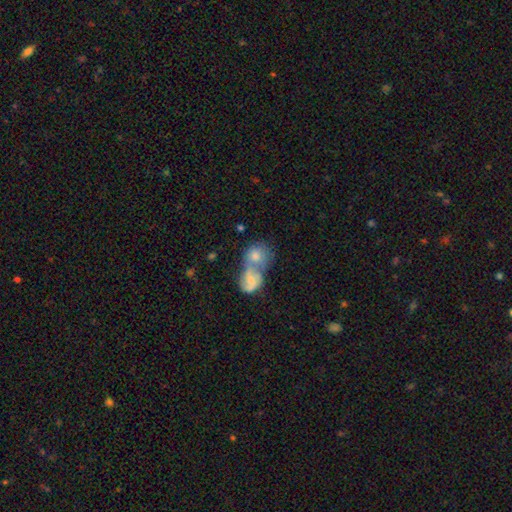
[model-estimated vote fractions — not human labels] Morphology: type=smooth (62%); roundness=round (59%); merging=merger (75%).